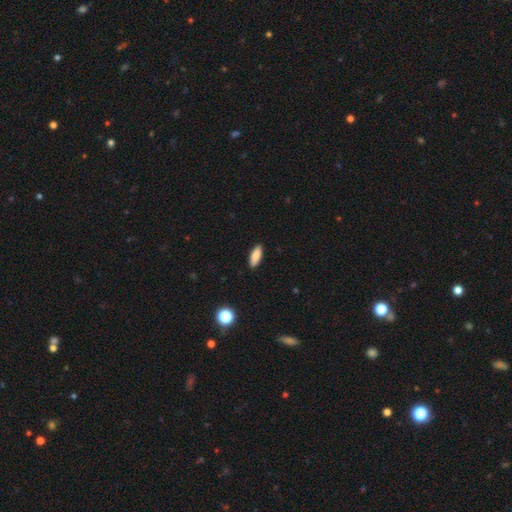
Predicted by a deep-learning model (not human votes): smooth-or-featured: smooth: 85% | featured or disk: 8% | star or artifact: 7%
  how-rounded: in between: 67% | cigar-shaped: 30% | round: 2%
  merging: none: 89% | minor disturbance: 8% | major disturbance: 2% | merger: 1%